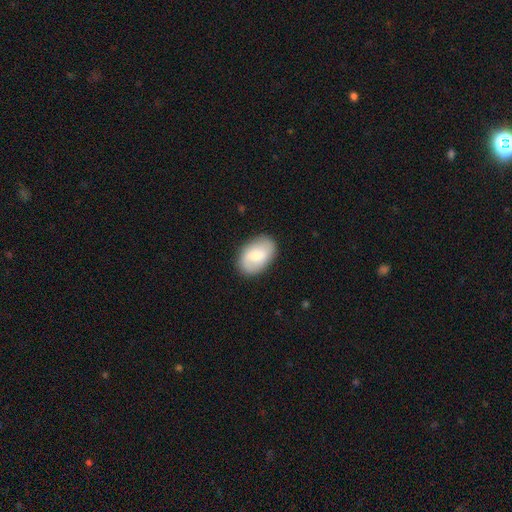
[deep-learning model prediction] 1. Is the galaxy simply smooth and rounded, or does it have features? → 59% smooth, 34% featured or disk, 6% star or artifact.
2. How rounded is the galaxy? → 88% in between, 11% round, 1% cigar-shaped.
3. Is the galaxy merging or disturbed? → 84% none, 11% minor disturbance, 3% major disturbance, 1% merger.